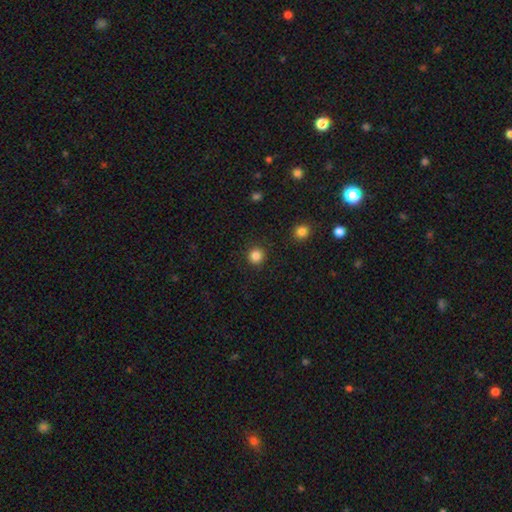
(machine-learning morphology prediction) Overall: smooth (85%). How rounded: round (94%). Merging: none (91%).